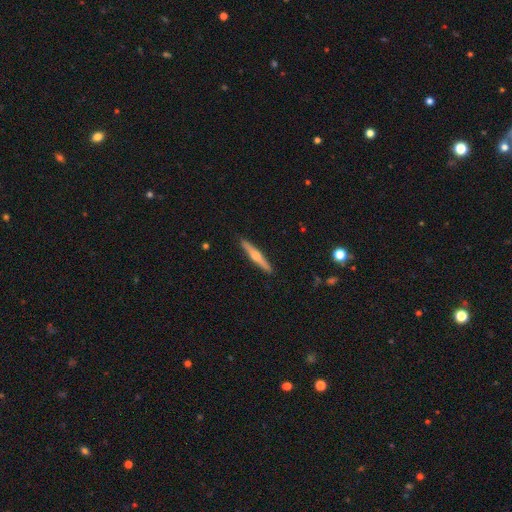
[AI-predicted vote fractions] Q: Smooth or featured?
A: featured or disk (59%); runner-up: smooth (36%)
Q: Edge-on disk?
A: yes (97%); runner-up: no (3%)
Q: Edge-on bulge?
A: rounded (87%); runner-up: none (8%)
Q: Merging?
A: none (91%); runner-up: minor disturbance (6%)